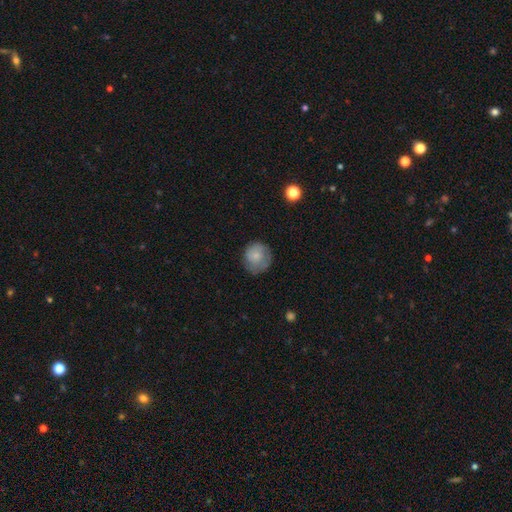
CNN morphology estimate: smooth-or-featured: smooth: 76% | featured or disk: 16% | star or artifact: 8%
  how-rounded: round: 88% | in between: 11% | cigar-shaped: 1%
  merging: none: 71% | minor disturbance: 21% | major disturbance: 7% | merger: 1%